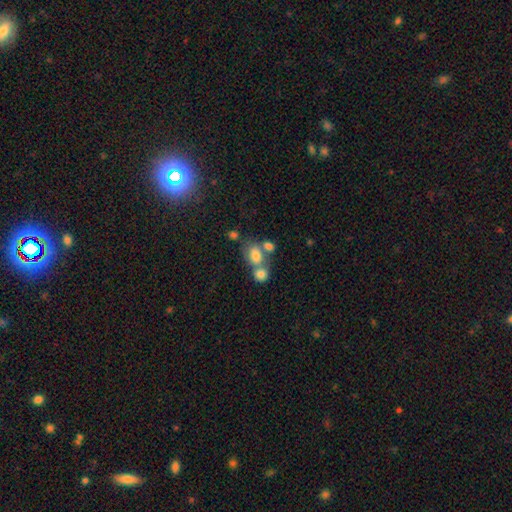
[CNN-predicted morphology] smooth_or_featured: smooth (p=0.75) [alt: featured or disk p=0.14]
how_rounded: in between (p=0.66) [alt: round p=0.33]
merging: merger (p=0.50) [alt: none p=0.33]